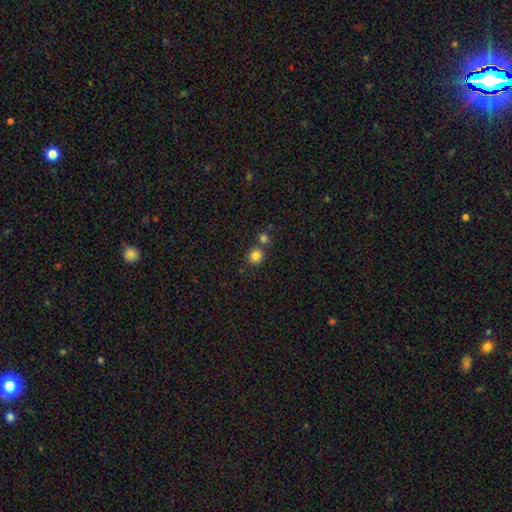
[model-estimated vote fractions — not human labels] This appears to be a smooth galaxy with no disk features (83%) that is round (90%). Merging: none (71%).